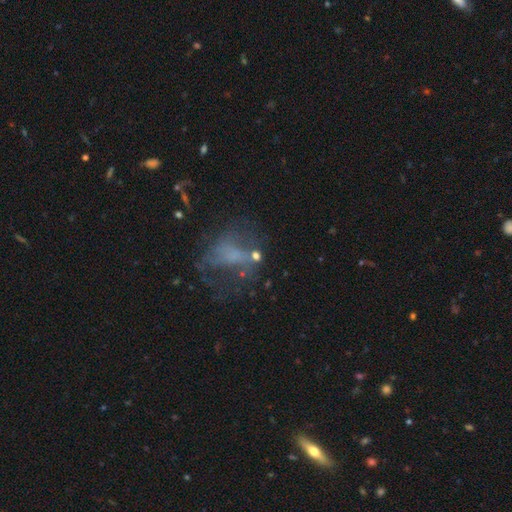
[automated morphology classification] The model was most divided on "smooth or featured": smooth: 39%, featured or disk: 38%, star or artifact: 24%. Remaining: merging — none (37%).